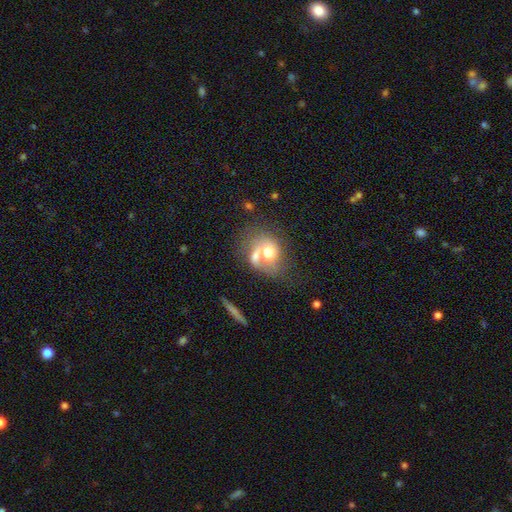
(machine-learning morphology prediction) Smooth or featured?
  - smooth: 59% *
  - featured or disk: 32%
  - star or artifact: 9%
How rounded?
  - round: 50% *
  - in between: 48%
  - cigar-shaped: 1%
Merging?
  - merger: 58% *
  - none: 21%
  - major disturbance: 11%
  - minor disturbance: 10%